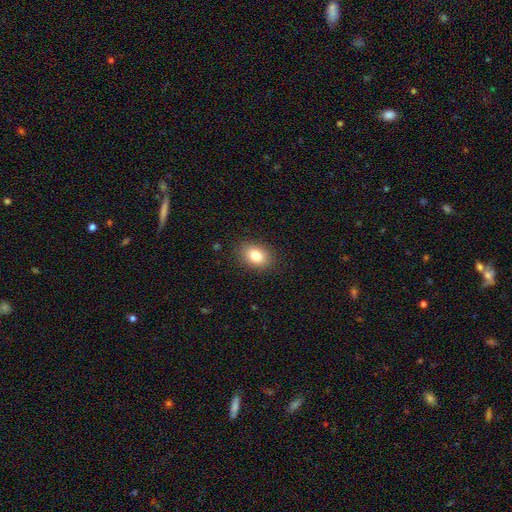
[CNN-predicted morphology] smooth_or_featured: smooth (p=0.83) [alt: star or artifact p=0.09]
how_rounded: in between (p=0.74) [alt: round p=0.25]
merging: none (p=0.87) [alt: minor disturbance p=0.09]